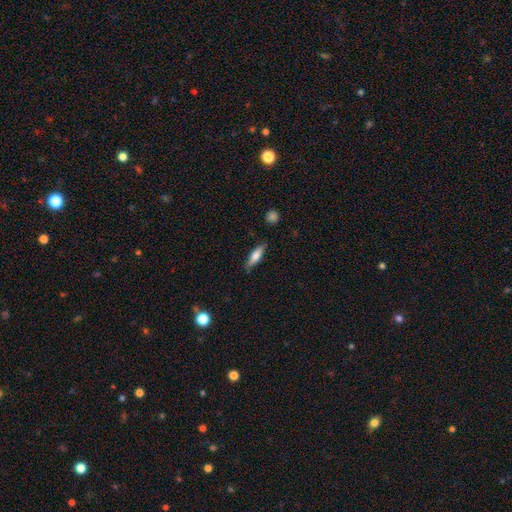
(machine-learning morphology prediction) smooth-or-featured: smooth: 68% | featured or disk: 25% | star or artifact: 7%
  how-rounded: cigar-shaped: 57% | in between: 41% | round: 2%
  merging: none: 83% | minor disturbance: 13% | major disturbance: 3% | merger: 2%